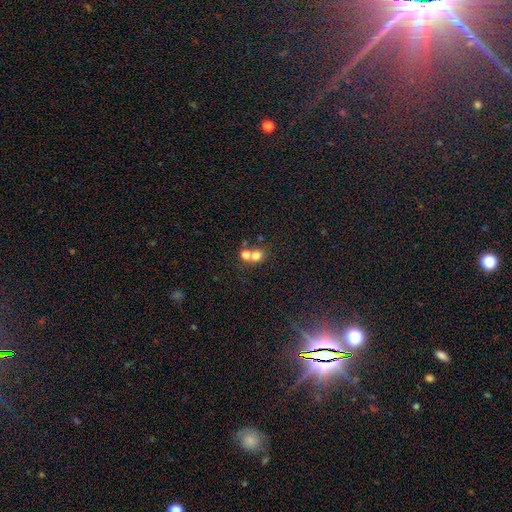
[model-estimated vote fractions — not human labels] The model was most divided on "merging": merger: 52%, none: 39%, minor disturbance: 6%, major disturbance: 3%. More confident: how rounded — round (79%); smooth or featured — smooth (73%).